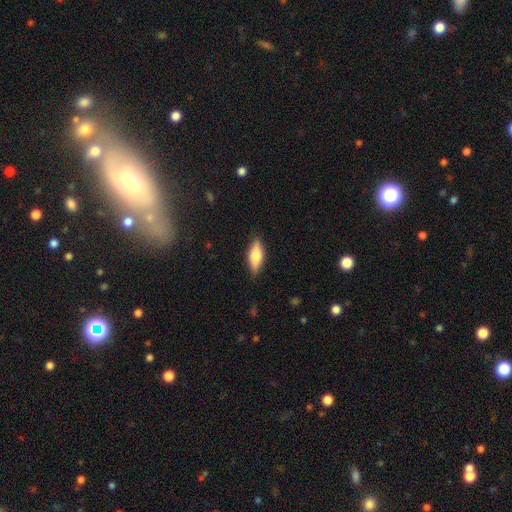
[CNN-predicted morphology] smooth_or_featured: smooth (p=0.63) [alt: featured or disk p=0.31]
how_rounded: in between (p=0.63) [alt: cigar-shaped p=0.35]
merging: none (p=0.86) [alt: minor disturbance p=0.10]